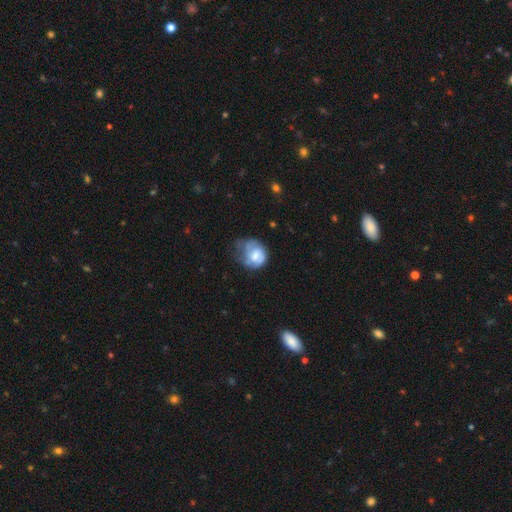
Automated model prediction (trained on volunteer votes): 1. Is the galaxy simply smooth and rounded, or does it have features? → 52% smooth, 40% featured or disk, 8% star or artifact.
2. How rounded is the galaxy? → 55% round, 44% in between, 1% cigar-shaped.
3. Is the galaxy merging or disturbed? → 35% minor disturbance, 33% major disturbance, 28% none, 4% merger.